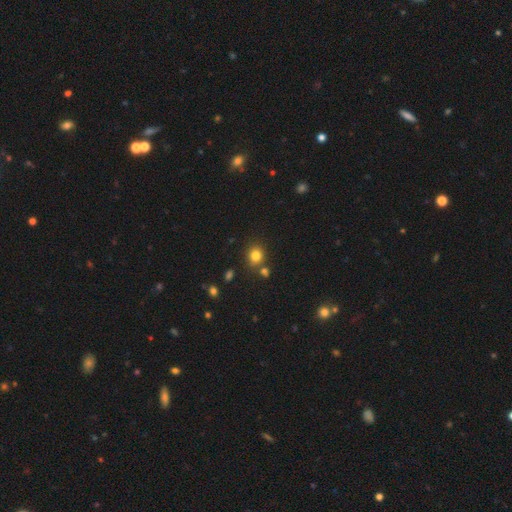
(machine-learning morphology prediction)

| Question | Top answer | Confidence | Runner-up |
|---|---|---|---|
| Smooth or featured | smooth | 81% | star or artifact (13%) |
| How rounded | round | 80% | in between (19%) |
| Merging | none | 77% | merger (11%) |